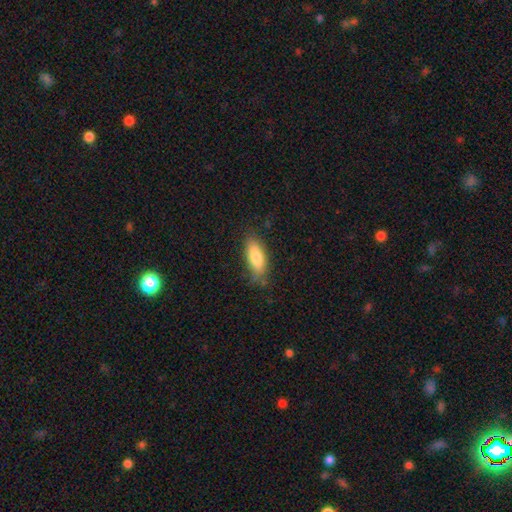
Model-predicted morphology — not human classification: A smooth galaxy with no disk features (78%) that is in between round and cigar-shaped (72%). Merging: none (75%).